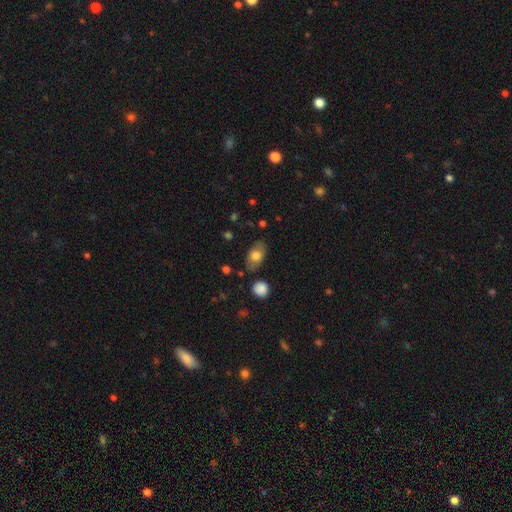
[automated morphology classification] Overall: smooth (73%). How rounded: in between (90%). Merging: none (80%).